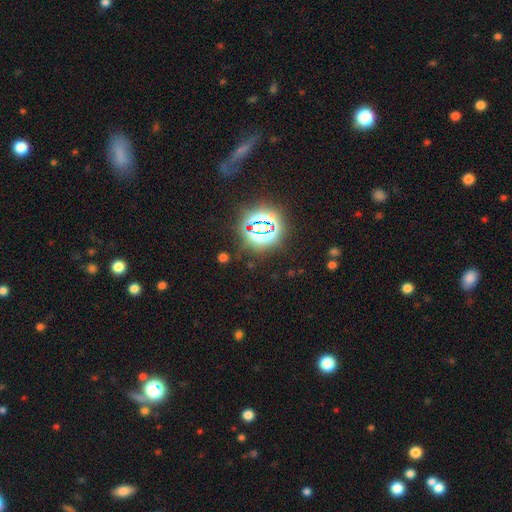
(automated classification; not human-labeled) The model was most divided on "smooth or featured": star or artifact: 77%, smooth: 14%, featured or disk: 8%.